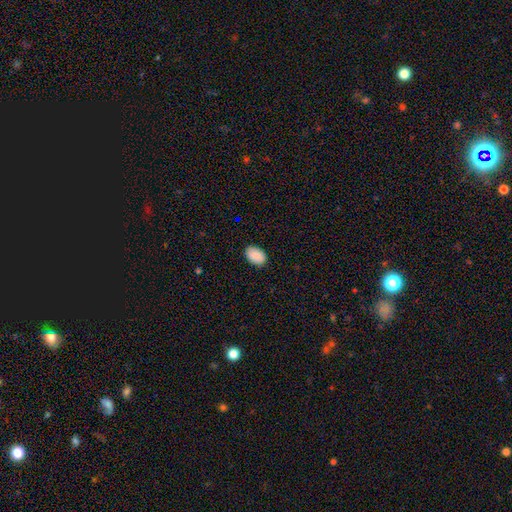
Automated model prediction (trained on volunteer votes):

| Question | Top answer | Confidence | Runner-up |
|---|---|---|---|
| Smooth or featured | smooth | 90% | star or artifact (7%) |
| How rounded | in between | 86% | round (13%) |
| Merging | none | 88% | minor disturbance (9%) |